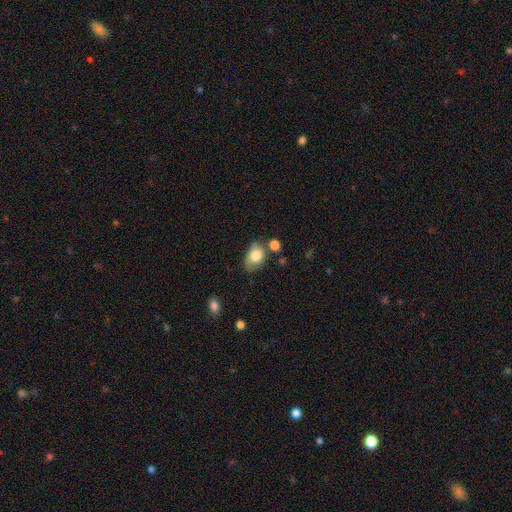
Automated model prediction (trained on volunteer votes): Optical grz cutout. It shows a smooth galaxy with no disk features (78%) that is in between round and cigar-shaped (75%). Merging: none (50%).